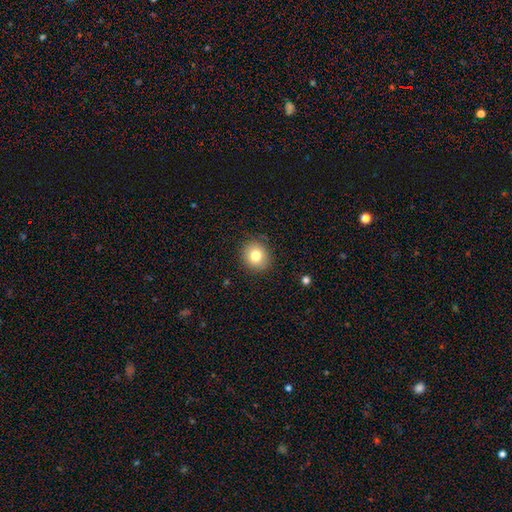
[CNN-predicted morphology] smooth_or_featured: smooth (p=0.81) [alt: star or artifact p=0.10]
how_rounded: round (p=0.79) [alt: in between p=0.20]
merging: none (p=0.88) [alt: minor disturbance p=0.09]